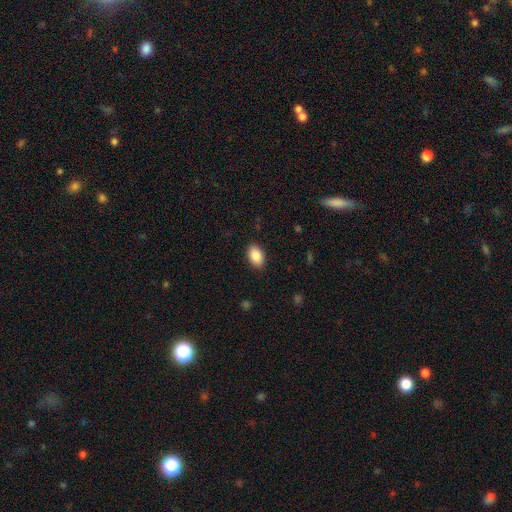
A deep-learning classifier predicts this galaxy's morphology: Smooth or featured: smooth — 88% (star or artifact — 7%)
How rounded: in between — 90% (round — 8%)
Merging: none — 89% (minor disturbance — 8%)